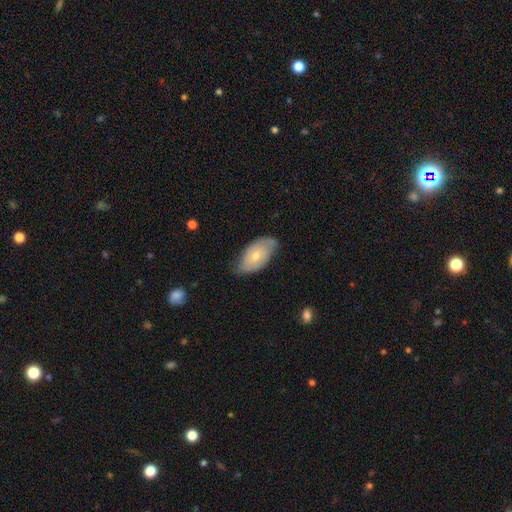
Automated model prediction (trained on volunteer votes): smooth-or-featured: smooth: 52% | featured or disk: 43% | star or artifact: 6%
  how-rounded: in between: 93% | round: 4% | cigar-shaped: 3%
  merging: none: 61% | minor disturbance: 31% | major disturbance: 6% | merger: 1%